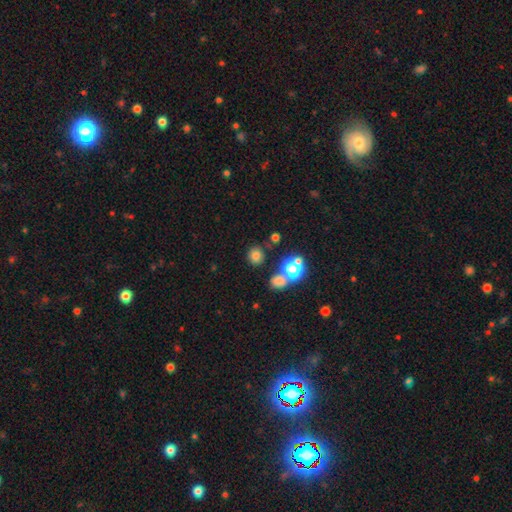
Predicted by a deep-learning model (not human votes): This is likely a smooth galaxy (73%). How rounded: clearly round (85%). Merging: likely none (79%).